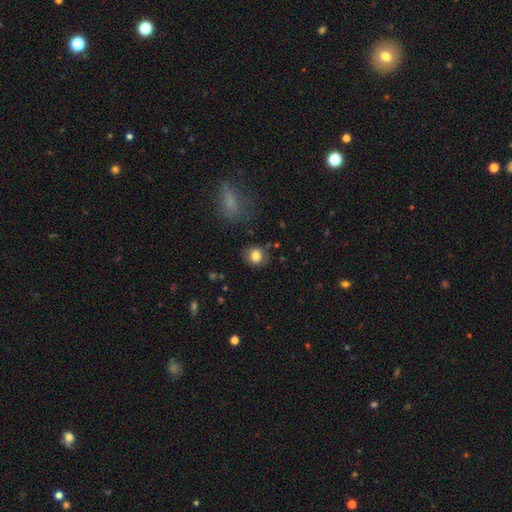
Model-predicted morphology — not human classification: type=smooth (82%); roundness=round (82%); merging=none (82%).